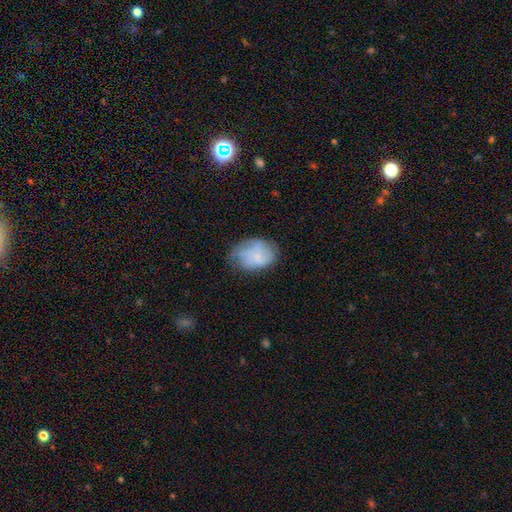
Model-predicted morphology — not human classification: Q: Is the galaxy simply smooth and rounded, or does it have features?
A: smooth — 66%.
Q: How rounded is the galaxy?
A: in between — 76%.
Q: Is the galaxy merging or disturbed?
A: none — 52%.